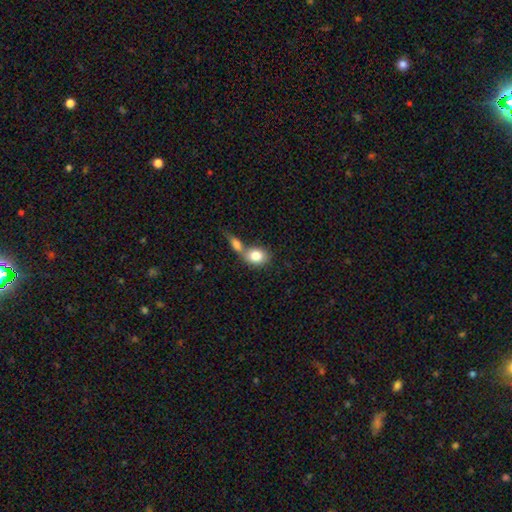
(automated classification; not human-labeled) smooth 80%, featured or disk 12%, star or artifact 7%. Down the decision tree: how rounded — in between (56%); merging — merger (57%).